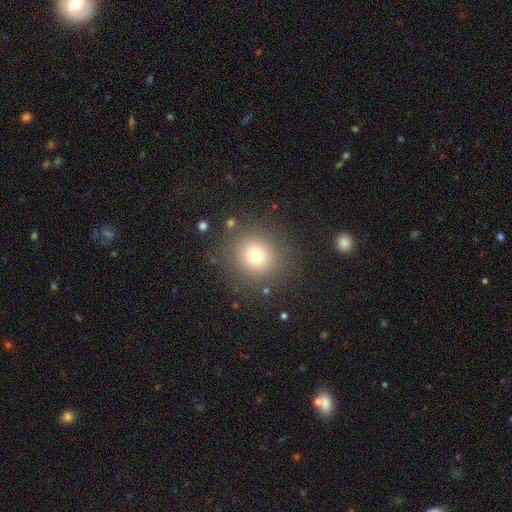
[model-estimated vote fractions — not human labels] smooth 74%, star or artifact 16%, featured or disk 10%. Down the decision tree: how rounded — round (90%); merging — none (86%).